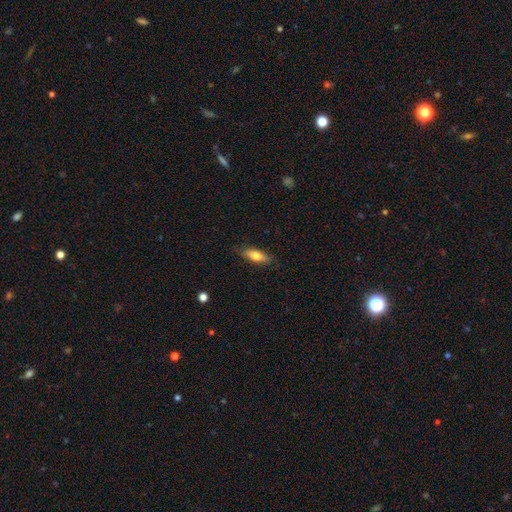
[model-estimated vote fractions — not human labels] Smooth or featured: smooth — 72% (featured or disk — 21%)
How rounded: in between — 63% (cigar-shaped — 35%)
Merging: none — 85% (minor disturbance — 12%)